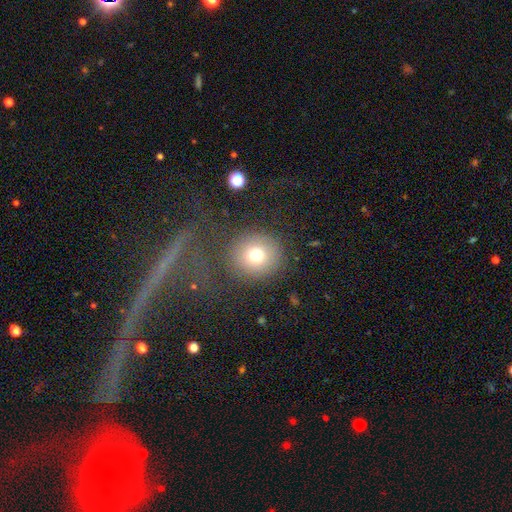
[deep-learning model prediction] This is likely a smooth galaxy (74%). How rounded: clearly round (89%). Merging: likely none (80%).